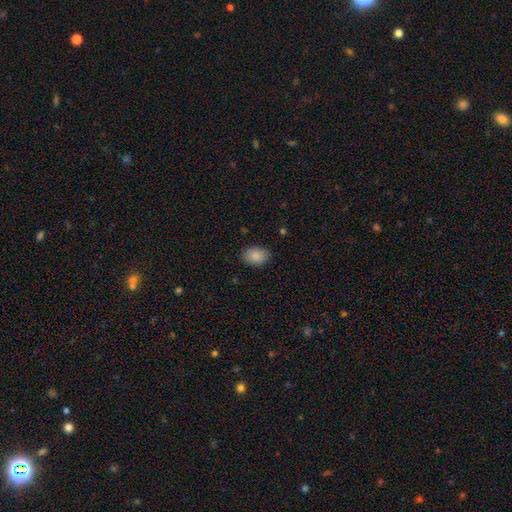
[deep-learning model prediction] The model was most divided on "how rounded": in between: 82%, round: 17%, cigar-shaped: 1%. More confident: smooth or featured — smooth (88%); merging — none (87%).